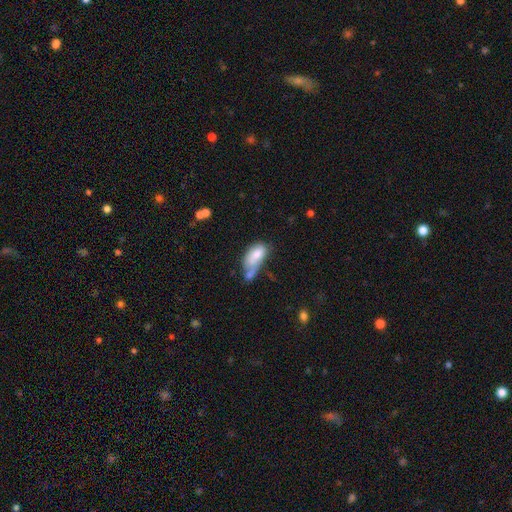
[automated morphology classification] smooth 73%, featured or disk 19%, star or artifact 8%. Down the decision tree: how rounded — in between (89%); merging — merger (38%).